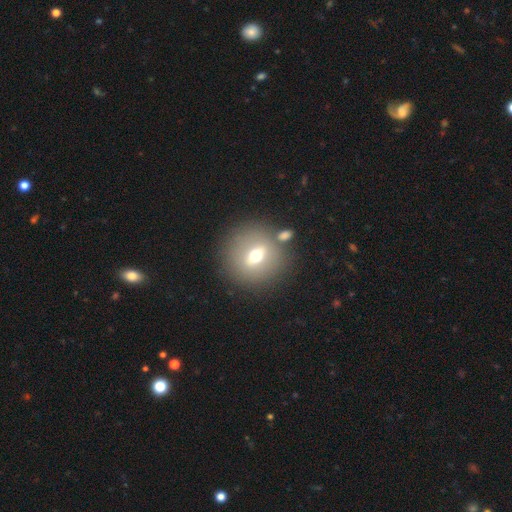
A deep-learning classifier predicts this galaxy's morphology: A smooth galaxy with no disk features (51%) that is round (83%).

Vote fractions:
- Smooth or featured? smooth: 51% / featured or disk: 38% / star or artifact: 11%
- How rounded? round: 83% / in between: 15% / cigar-shaped: 2%
- Merging? none: 77% / minor disturbance: 9% / merger: 9% / major disturbance: 4%